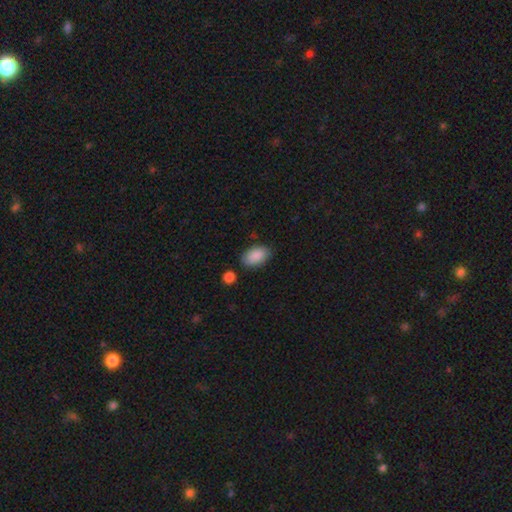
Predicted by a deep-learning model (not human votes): This is clearly a smooth galaxy (89%). How rounded: clearly in between (94%). Merging: clearly none (81%).